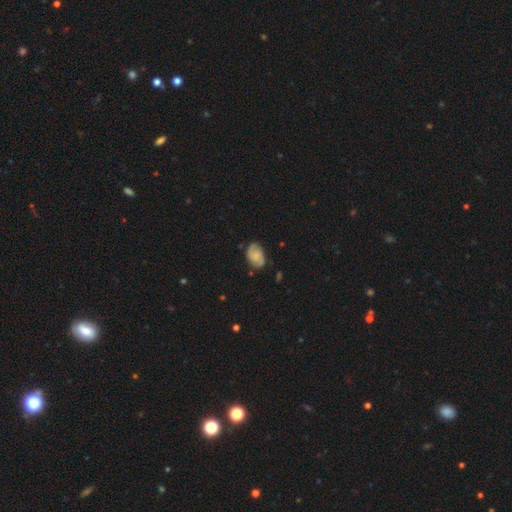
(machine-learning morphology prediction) The model was most divided on "smooth or featured": smooth: 46%, featured or disk: 45%, star or artifact: 9%. More confident: merging — none (70%).